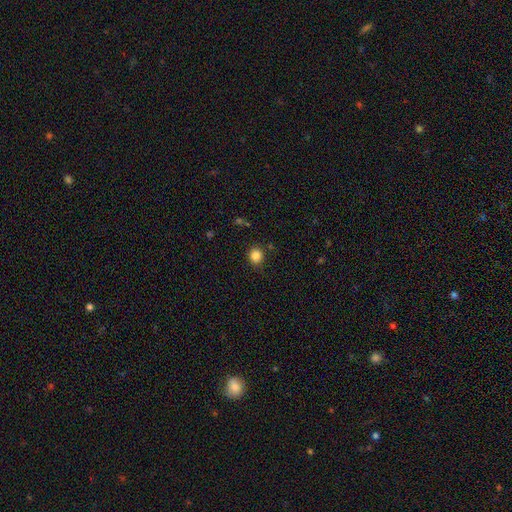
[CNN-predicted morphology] Overall: smooth (85%). How rounded: round (82%). Merging: none (83%).